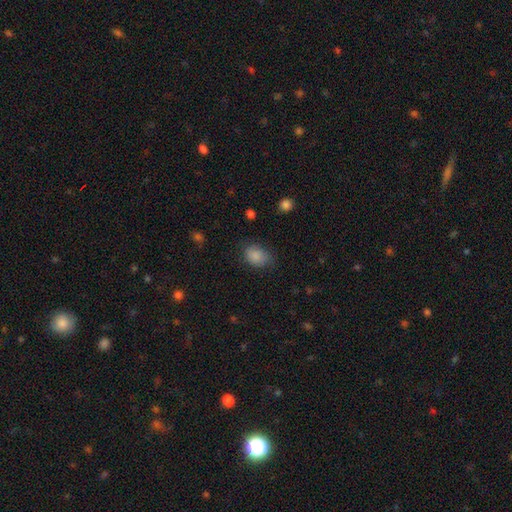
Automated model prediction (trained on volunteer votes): The model was most divided on "how rounded": in between: 71%, round: 28%, cigar-shaped: 1%. More confident: smooth or featured — smooth (86%); merging — none (70%).